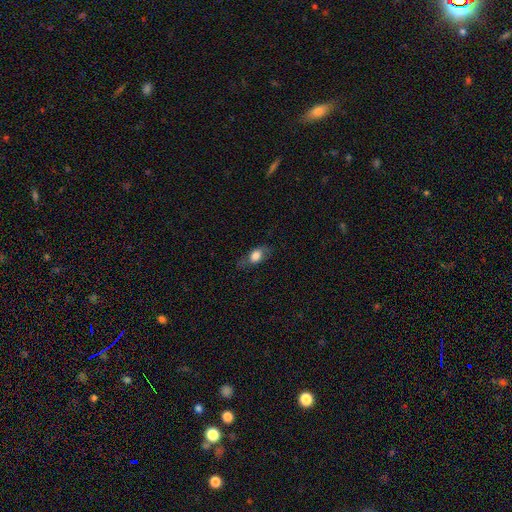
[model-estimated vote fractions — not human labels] smooth 70%, featured or disk 21%, star or artifact 9%. Down the decision tree: how rounded — in between (74%); merging — none (68%).